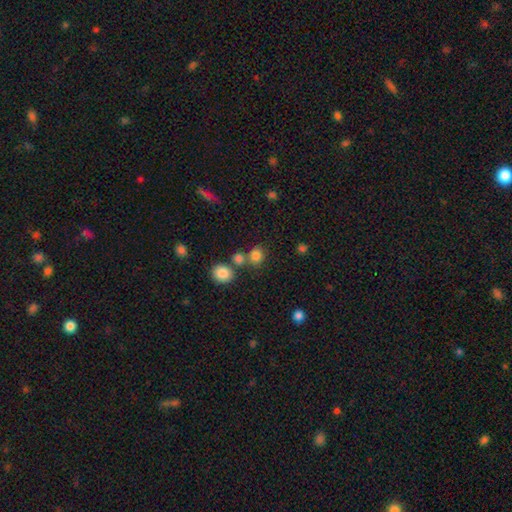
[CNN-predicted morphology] Overall: smooth (82%). How rounded: round (77%). Merging: none (64%).